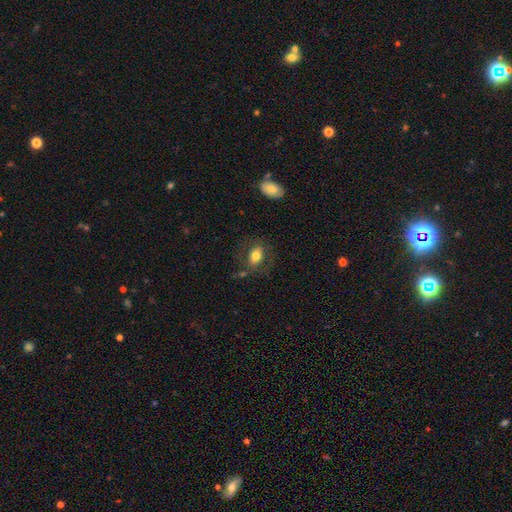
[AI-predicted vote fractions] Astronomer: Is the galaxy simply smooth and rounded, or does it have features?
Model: smooth — 71%.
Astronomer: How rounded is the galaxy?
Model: in between — 80%.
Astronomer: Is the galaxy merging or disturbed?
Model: none — 68%.